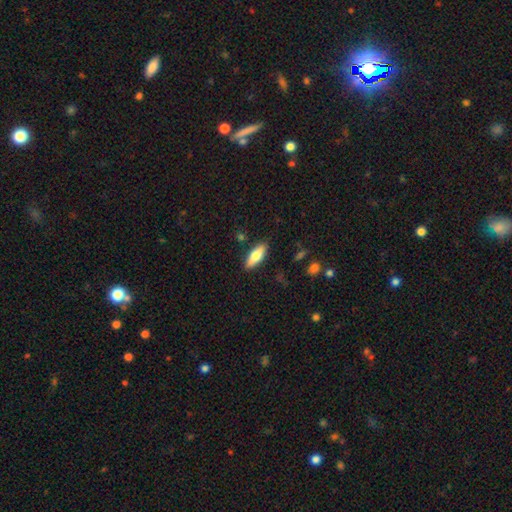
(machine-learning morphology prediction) This is likely a smooth galaxy (66%). How rounded: possibly in between (57%). Merging: clearly none (87%).